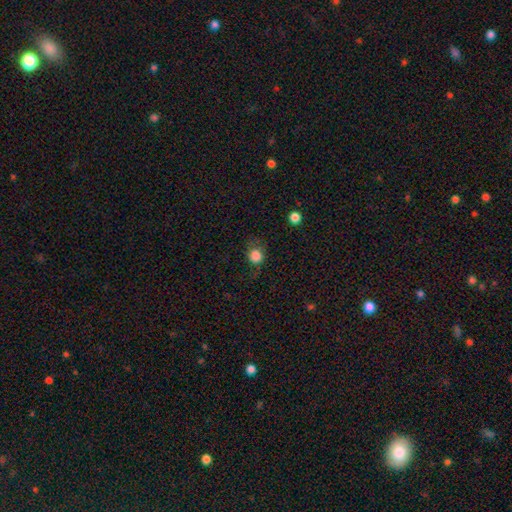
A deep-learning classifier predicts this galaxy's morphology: type=smooth (83%); roundness=round (82%); merging=none (63%).